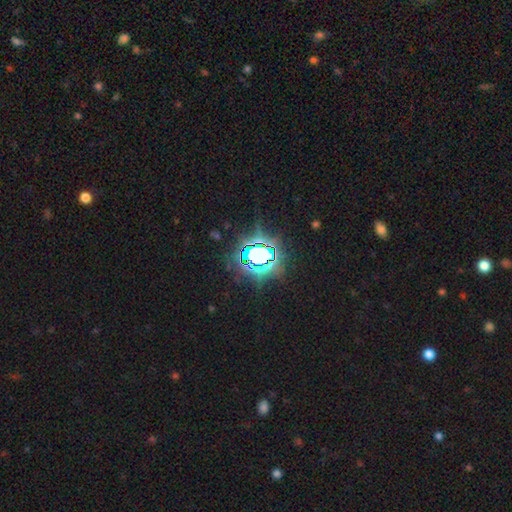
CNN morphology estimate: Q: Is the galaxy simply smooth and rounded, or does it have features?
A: star or artifact — 83%.